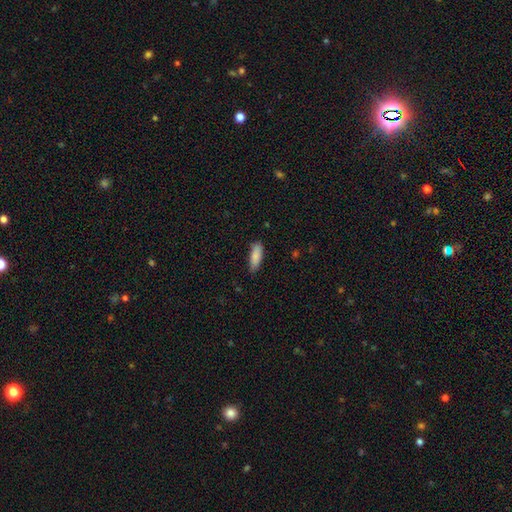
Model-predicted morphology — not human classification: Smooth or featured?
  - smooth: 87% *
  - featured or disk: 7%
  - star or artifact: 6%
How rounded?
  - in between: 66% *
  - cigar-shaped: 32%
  - round: 2%
Merging?
  - none: 78% *
  - minor disturbance: 18%
  - major disturbance: 3%
  - merger: 1%